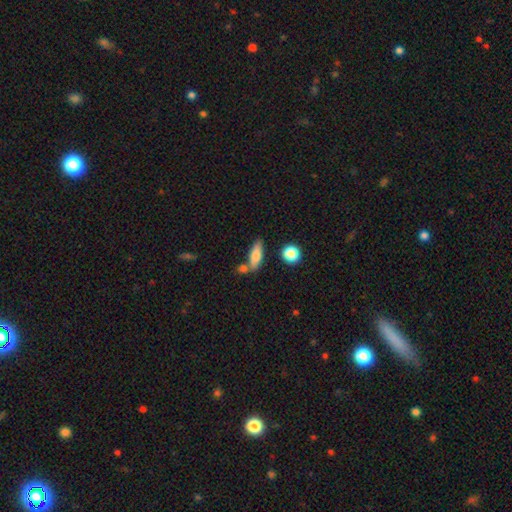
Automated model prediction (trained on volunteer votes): Q: Smooth or featured?
A: smooth (73%); runner-up: featured or disk (20%)
Q: How rounded?
A: in between (55%); runner-up: cigar-shaped (40%)
Q: Merging?
A: none (63%); runner-up: merger (18%)